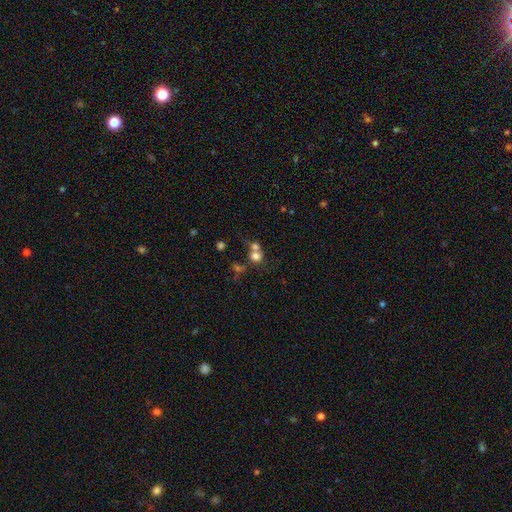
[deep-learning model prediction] smooth-or-featured: smooth: 73% | star or artifact: 14% | featured or disk: 13%
  how-rounded: round: 76% | in between: 23% | cigar-shaped: 1%
  merging: merger: 52% | none: 34% | minor disturbance: 7% | major disturbance: 6%